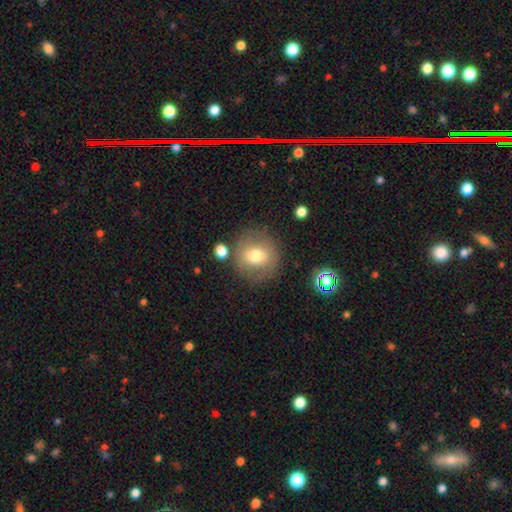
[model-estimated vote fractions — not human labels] Morphology: type=smooth (70%); roundness=round (87%); merging=none (78%).